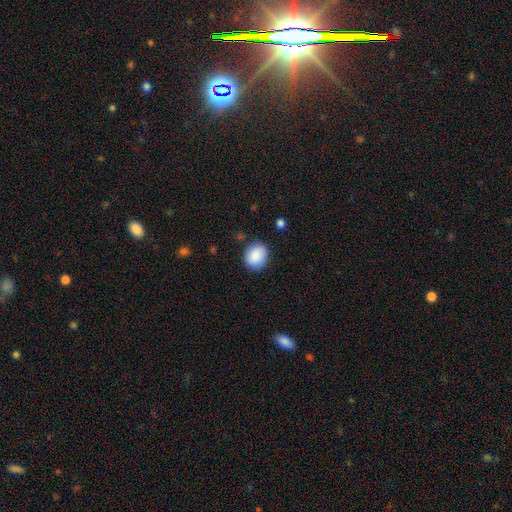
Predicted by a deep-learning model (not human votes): Q: Smooth or featured?
A: smooth (87%); runner-up: star or artifact (7%)
Q: How rounded?
A: round (60%); runner-up: in between (39%)
Q: Merging?
A: none (83%); runner-up: minor disturbance (12%)